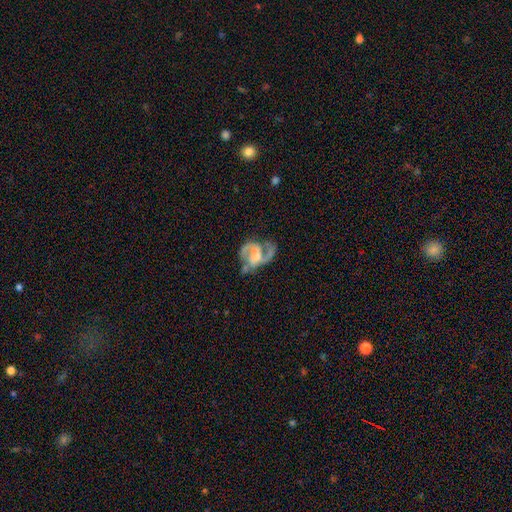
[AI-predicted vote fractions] Smooth or featured: featured or disk — 86% (smooth — 9%)
Edge-on disk: no — 98% (yes — 2%)
Bar: no — 50% (weak — 39%)
Spiral arms: yes — 94% (no — 6%)
Spiral winding: medium — 55% (loose — 27%)
Spiral arm count: 2 — 76% (3 — 10%)
Bulge size: moderate — 50% (small — 39%)
Merging: none — 49% (major disturbance — 23%)